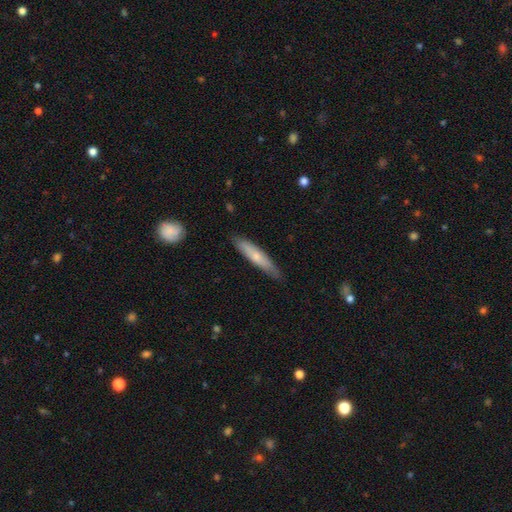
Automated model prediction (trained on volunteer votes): Q: Smooth or featured?
A: smooth (64%); runner-up: featured or disk (31%)
Q: How rounded?
A: cigar-shaped (86%); runner-up: in between (12%)
Q: Merging?
A: none (81%); runner-up: minor disturbance (16%)